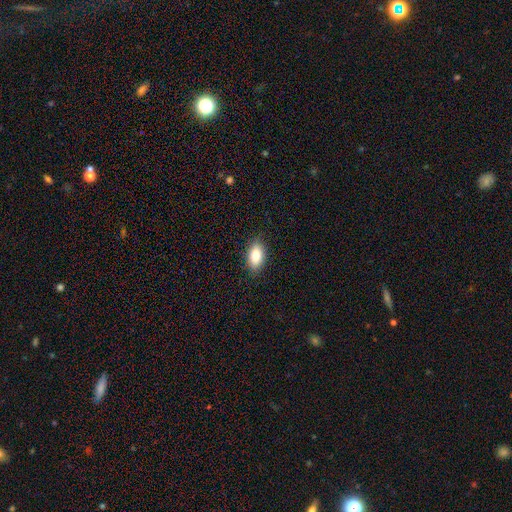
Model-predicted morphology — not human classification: This is clearly a smooth galaxy (82%). How rounded: clearly in between (91%). Merging: clearly none (88%).